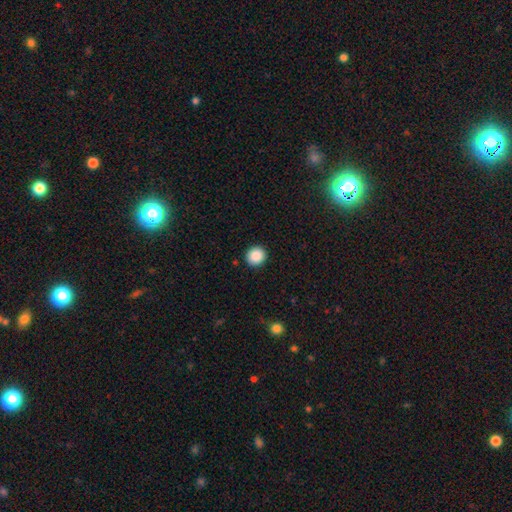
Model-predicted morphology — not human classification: This appears to be a smooth galaxy with no disk features (89%) that is round (90%). Merging: none (92%).